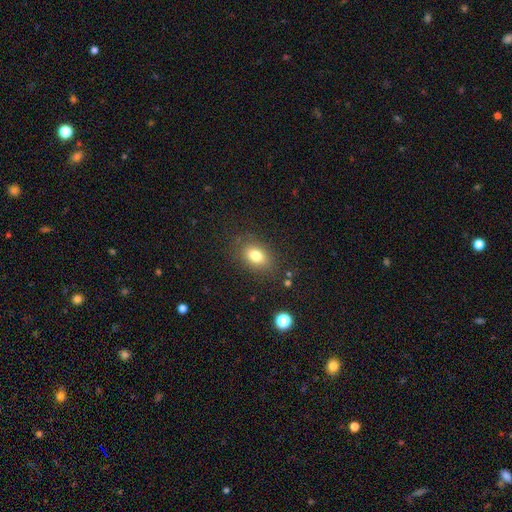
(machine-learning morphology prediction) type=smooth (78%); roundness=in between (76%); merging=none (81%).